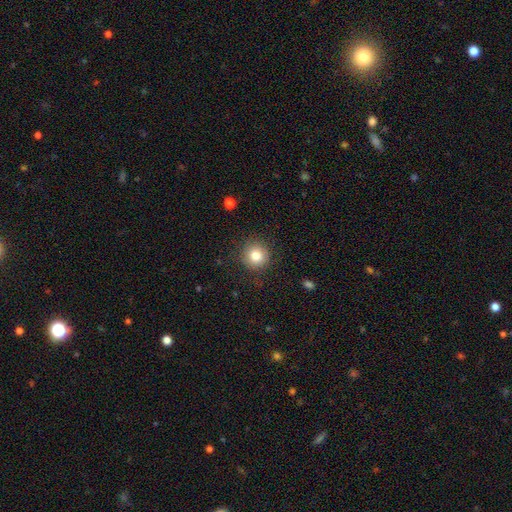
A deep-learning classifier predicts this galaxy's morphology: The model was most divided on "smooth or featured": smooth: 82%, star or artifact: 11%, featured or disk: 8%. More confident: how rounded — round (93%); merging — none (89%).